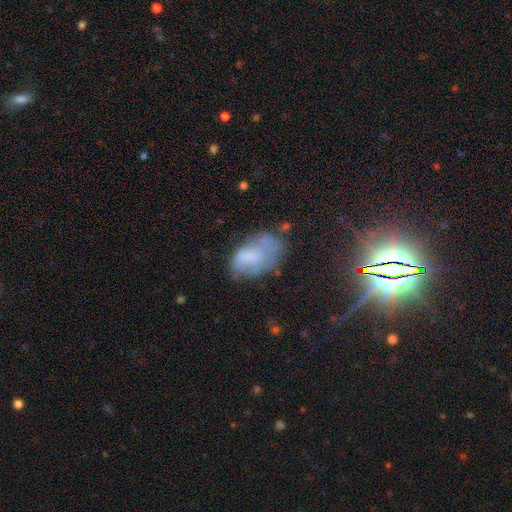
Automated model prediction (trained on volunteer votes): smooth-or-featured: smooth: 53% | featured or disk: 34% | star or artifact: 13%
  how-rounded: in between: 91% | round: 8% | cigar-shaped: 2%
  merging: none: 42% | minor disturbance: 30% | major disturbance: 21% | merger: 7%